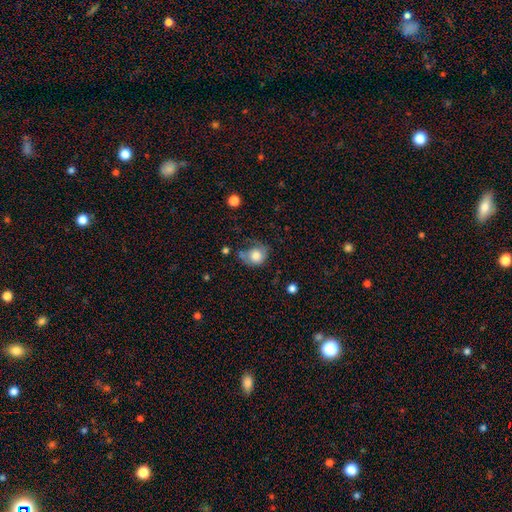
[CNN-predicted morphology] A smooth galaxy with no disk features (76%) that is round (71%).

Vote fractions:
- Smooth or featured? smooth: 76% / featured or disk: 16% / star or artifact: 8%
- How rounded? round: 71% / in between: 28% / cigar-shaped: 1%
- Merging? none: 41% / minor disturbance: 30% / major disturbance: 19% / merger: 10%